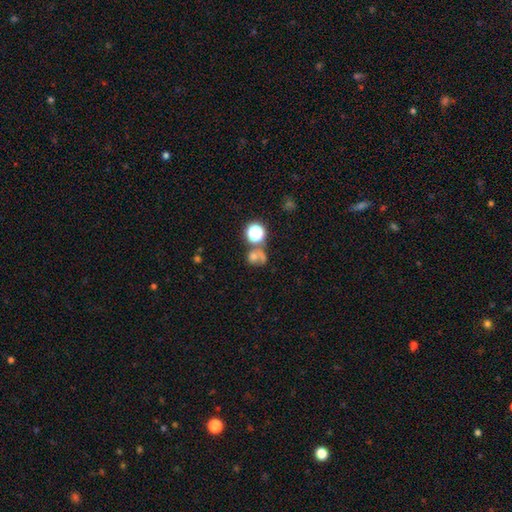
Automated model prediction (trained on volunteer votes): A smooth galaxy with no disk features (59%) that is round (74%).

Vote fractions:
- Smooth or featured? smooth: 59% / star or artifact: 23% / featured or disk: 18%
- How rounded? round: 74% / in between: 25% / cigar-shaped: 1%
- Merging? merger: 36% (tied) / none: 36% (tied) / major disturbance: 16% / minor disturbance: 12%